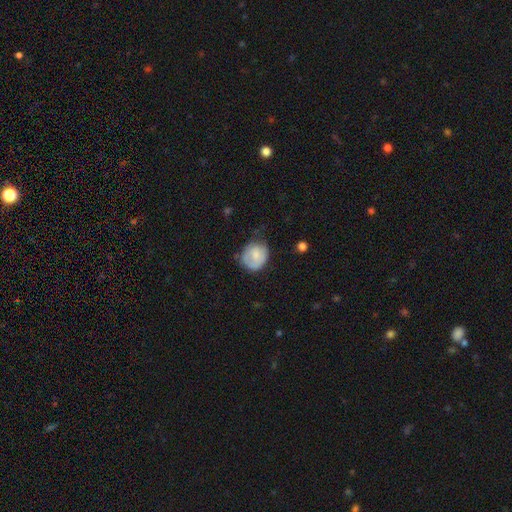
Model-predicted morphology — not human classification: smooth_or_featured: smooth (p=0.67) [alt: featured or disk p=0.26]
how_rounded: round (p=0.71) [alt: in between p=0.28]
merging: none (p=0.54) [alt: minor disturbance p=0.32]